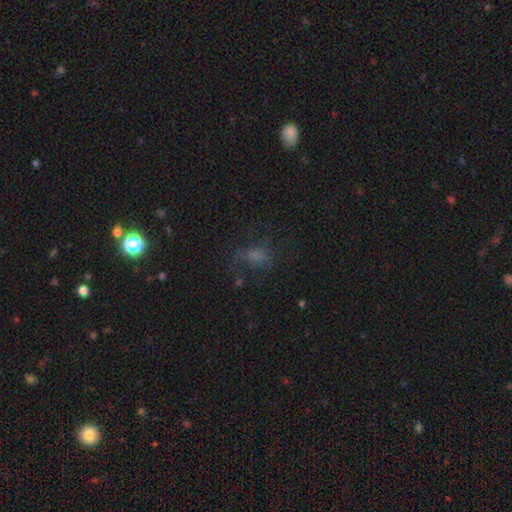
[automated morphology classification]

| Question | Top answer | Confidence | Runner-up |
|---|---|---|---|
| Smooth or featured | smooth | 48% | star or artifact (28%) |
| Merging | none | 47% | major disturbance (29%) |